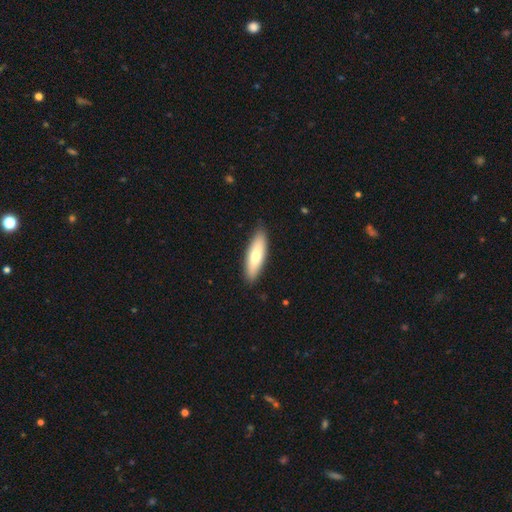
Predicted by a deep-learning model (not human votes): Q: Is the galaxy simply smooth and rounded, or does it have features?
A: smooth — 71%.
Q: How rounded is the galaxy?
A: cigar-shaped — 53%.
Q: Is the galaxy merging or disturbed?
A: none — 88%.